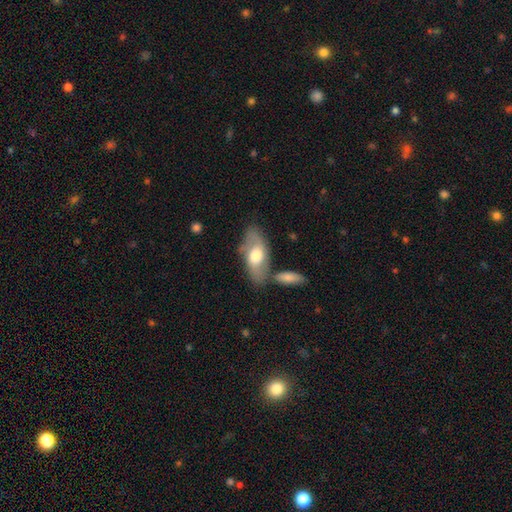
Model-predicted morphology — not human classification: Smooth or featured?
  - smooth: 51% *
  - featured or disk: 44%
  - star or artifact: 5%
How rounded?
  - in between: 87% *
  - cigar-shaped: 10%
  - round: 4%
Merging?
  - none: 58% *
  - minor disturbance: 20%
  - merger: 15%
  - major disturbance: 6%